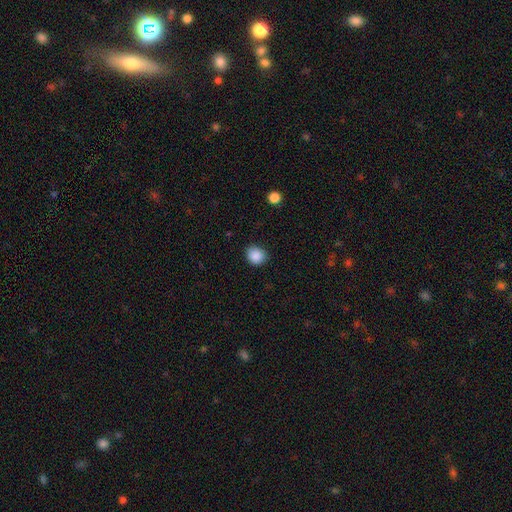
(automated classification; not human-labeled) Smooth or featured?
  - smooth: 88% *
  - star or artifact: 9%
  - featured or disk: 3%
How rounded?
  - round: 80% *
  - in between: 19%
  - cigar-shaped: 1%
Merging?
  - none: 84% *
  - minor disturbance: 12%
  - major disturbance: 3%
  - merger: 1%